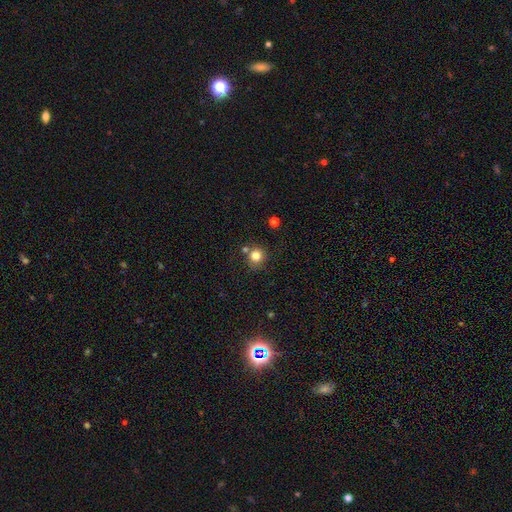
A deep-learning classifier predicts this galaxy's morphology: smooth 81%, star or artifact 12%, featured or disk 7%. Down the decision tree: how rounded — round (91%); merging — none (72%).